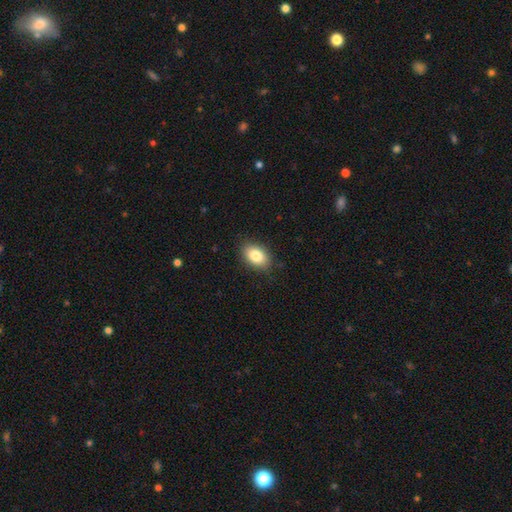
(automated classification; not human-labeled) smooth 84%, featured or disk 8%, star or artifact 8%. Down the decision tree: how rounded — in between (87%); merging — none (86%).